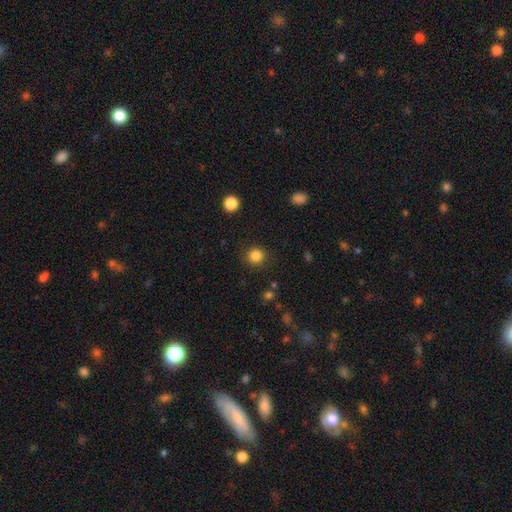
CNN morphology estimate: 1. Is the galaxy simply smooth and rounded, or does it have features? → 84% smooth, 12% star or artifact, 4% featured or disk.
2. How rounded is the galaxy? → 92% round, 7% in between, 1% cigar-shaped.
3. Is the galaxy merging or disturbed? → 88% none, 7% minor disturbance, 3% major disturbance, 1% merger.